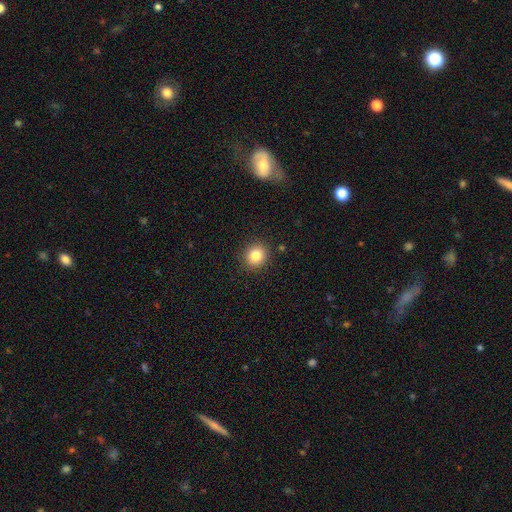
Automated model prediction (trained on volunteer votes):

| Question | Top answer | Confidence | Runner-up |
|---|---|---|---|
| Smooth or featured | smooth | 83% | star or artifact (11%) |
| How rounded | round | 87% | in between (12%) |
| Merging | none | 90% | minor disturbance (6%) |